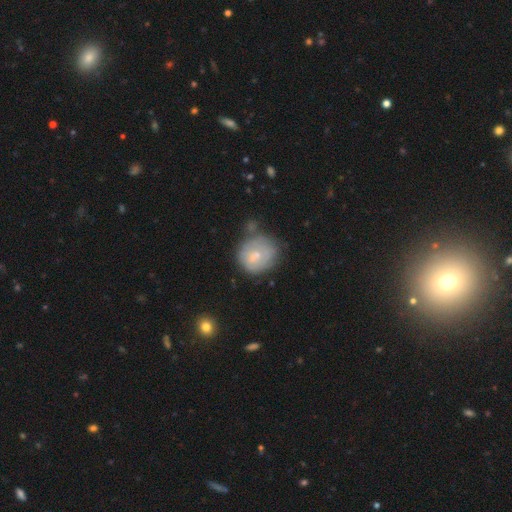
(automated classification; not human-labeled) A smooth galaxy with no disk features (53%) that is round (78%).

Vote fractions:
- Smooth or featured? smooth: 53% / featured or disk: 39% / star or artifact: 8%
- How rounded? round: 78% / in between: 21% / cigar-shaped: 1%
- Merging? none: 49% / minor disturbance: 27% / merger: 13% / major disturbance: 12%